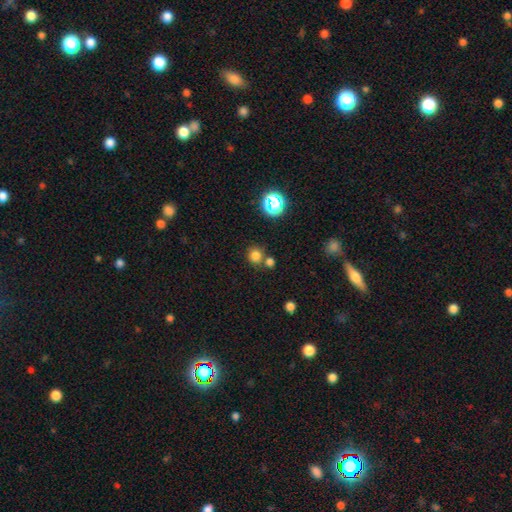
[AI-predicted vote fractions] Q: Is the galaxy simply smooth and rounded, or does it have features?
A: smooth — 76%.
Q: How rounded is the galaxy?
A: round — 87%.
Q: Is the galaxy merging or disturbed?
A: none — 66%.